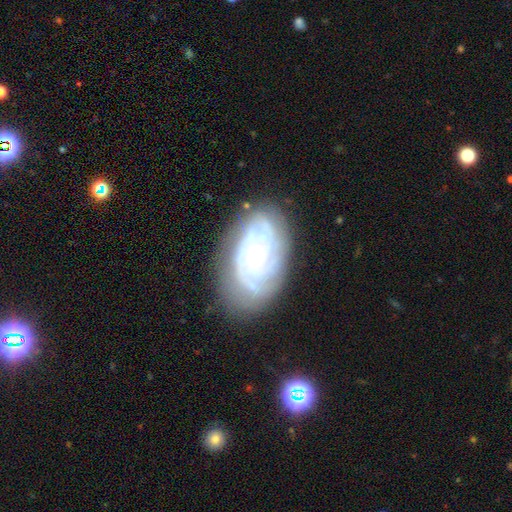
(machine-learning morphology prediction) The model was most divided on "spiral arm count": can't tell: 43%, 2: 18%, 3: 18%, 4: 10%, more than 4: 5%, 1: 5%. More confident: edge-on disk — no (95%); spiral arms — yes (89%); bar — no (80%); smooth or featured — featured or disk (79%); spiral winding — tight (74%); merging — none (72%); bulge size — small (67%).